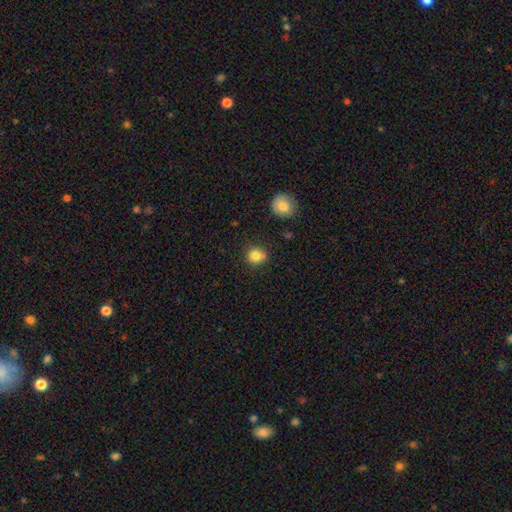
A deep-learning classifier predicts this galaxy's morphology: Smooth or featured?
  - smooth: 83% *
  - star or artifact: 11%
  - featured or disk: 6%
How rounded?
  - round: 89% *
  - in between: 10%
  - cigar-shaped: 1%
Merging?
  - none: 76% *
  - minor disturbance: 12%
  - merger: 8%
  - major disturbance: 3%